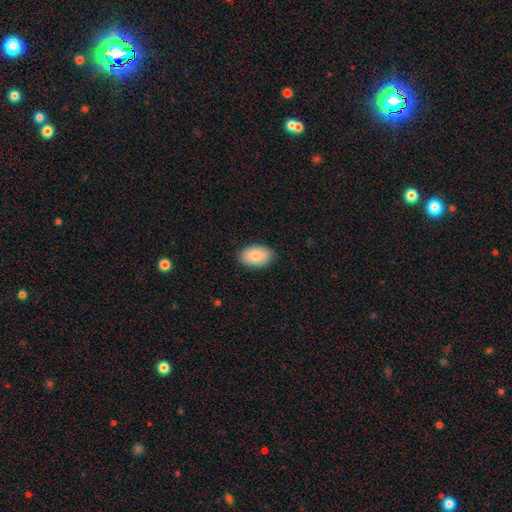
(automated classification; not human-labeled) smooth-or-featured: smooth: 82% | featured or disk: 11% | star or artifact: 7%
  how-rounded: in between: 89% | round: 10% | cigar-shaped: 1%
  merging: none: 87% | minor disturbance: 10% | major disturbance: 2% | merger: 1%